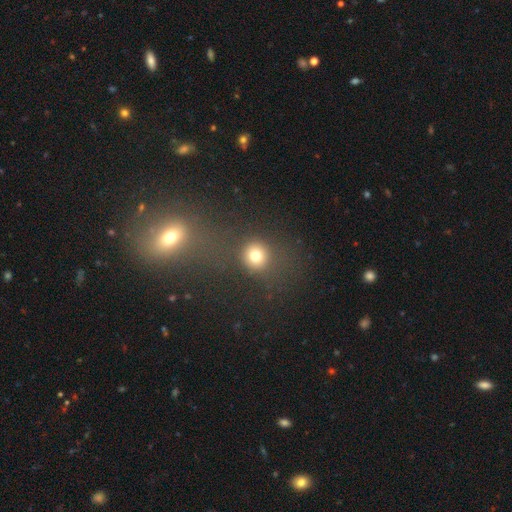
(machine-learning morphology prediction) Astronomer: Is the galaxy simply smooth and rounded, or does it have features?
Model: smooth — 77%.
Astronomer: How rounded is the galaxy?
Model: round — 85%.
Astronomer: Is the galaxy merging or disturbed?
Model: none — 76%.